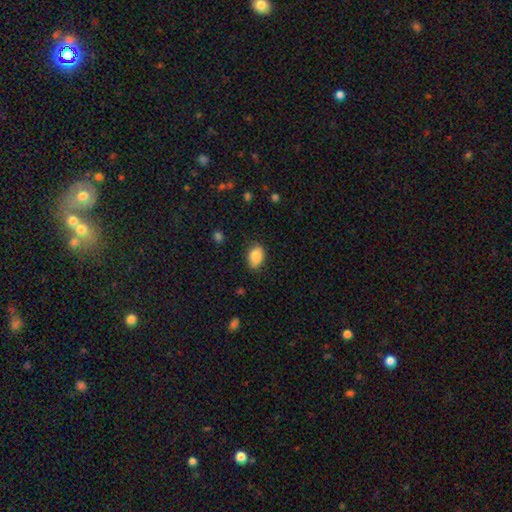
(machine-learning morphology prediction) Overall: smooth (86%). How rounded: in between (84%). Merging: none (76%).